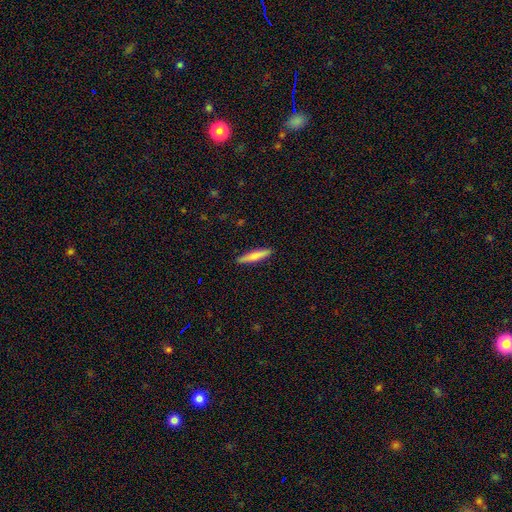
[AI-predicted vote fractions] This appears to be a smooth galaxy with no disk features (75%) that is cigar-shaped (89%). Merging: none (91%).